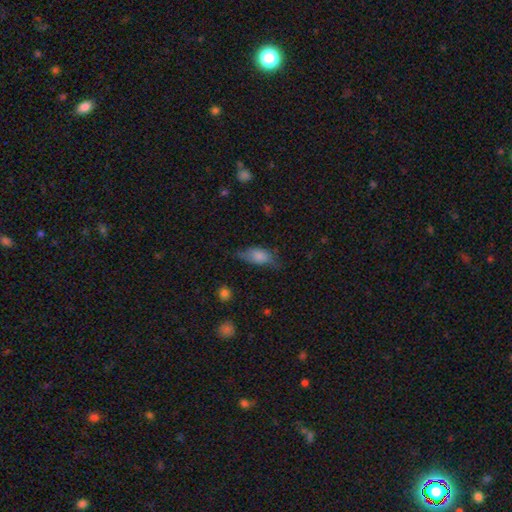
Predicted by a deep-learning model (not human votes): A smooth galaxy with no disk features (68%) that is in between round and cigar-shaped (81%).

Vote fractions:
- Smooth or featured? smooth: 68% / featured or disk: 22% / star or artifact: 10%
- How rounded? in between: 81% / cigar-shaped: 14% / round: 5%
- Merging? none: 53% / minor disturbance: 32% / major disturbance: 13% / merger: 2%